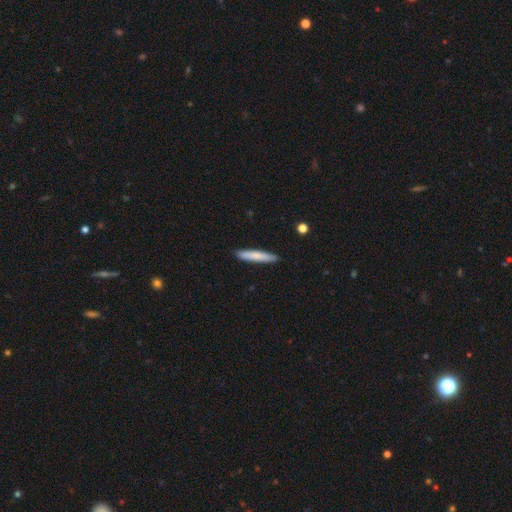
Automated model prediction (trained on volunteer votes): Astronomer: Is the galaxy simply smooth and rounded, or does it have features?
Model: smooth — 76%.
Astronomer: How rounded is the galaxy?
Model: cigar-shaped — 92%.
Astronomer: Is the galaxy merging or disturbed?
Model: none — 89%.